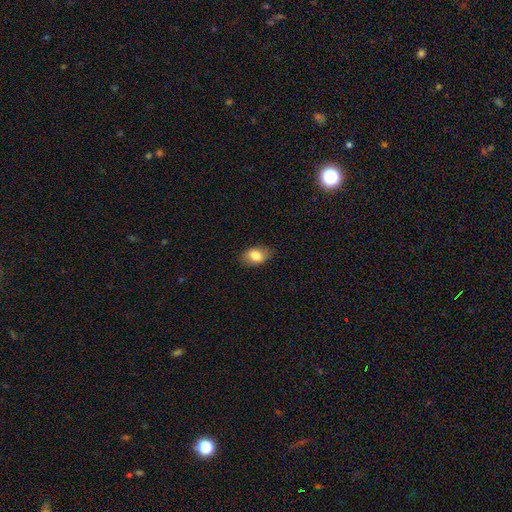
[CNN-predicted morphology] smooth 81%, featured or disk 11%, star or artifact 8%. Down the decision tree: how rounded — in between (84%); merging — none (83%).